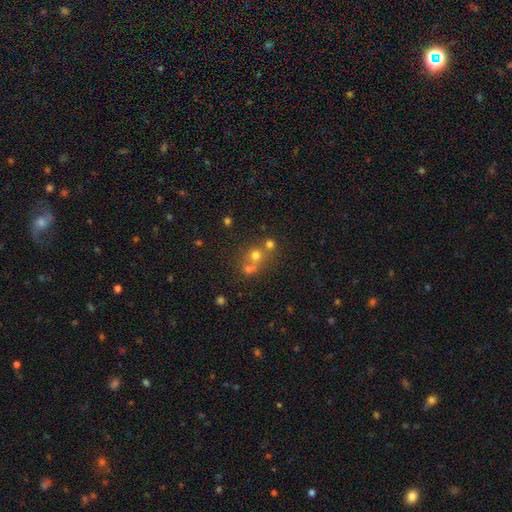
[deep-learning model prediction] This is possibly a smooth galaxy (59%). How rounded: clearly round (85%). Merging: possibly none (46%).